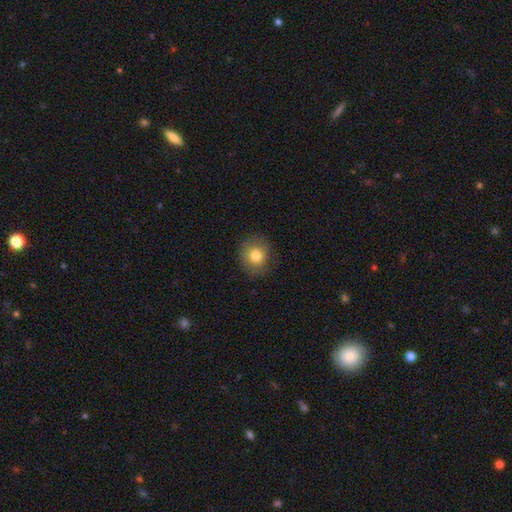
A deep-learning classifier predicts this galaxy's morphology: smooth 80%, featured or disk 10%, star or artifact 9%. Down the decision tree: how rounded — round (84%); merging — none (84%).